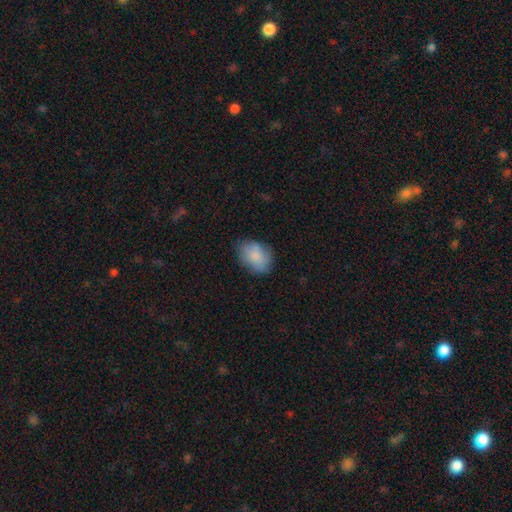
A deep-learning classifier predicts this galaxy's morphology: This is clearly a smooth galaxy (84%). How rounded: likely in between (73%). Merging: likely none (74%).